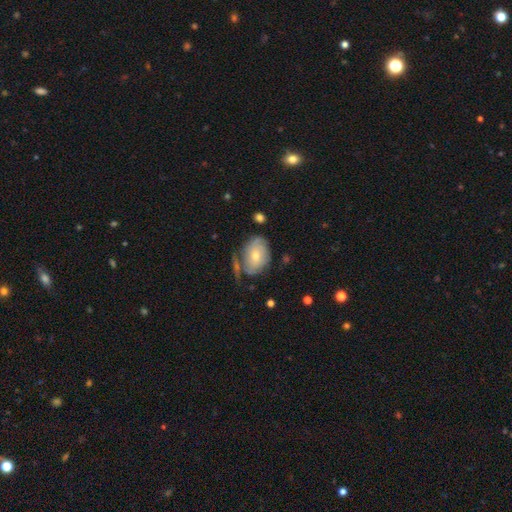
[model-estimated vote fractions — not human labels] A smooth galaxy with no disk features (53%) that is in between round and cigar-shaped (74%). Merging: none (54%).